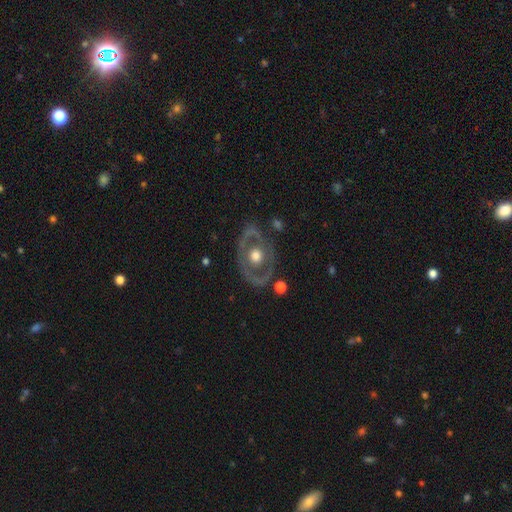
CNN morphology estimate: Smooth or featured: featured or disk — 64% (smooth — 30%)
Edge-on disk: no — 94% (yes — 6%)
Bar: no — 89% (weak — 8%)
Spiral arms: no — 77% (yes — 23%)
Bulge size: moderate — 59% (large — 33%)
Merging: none — 76% (minor disturbance — 14%)